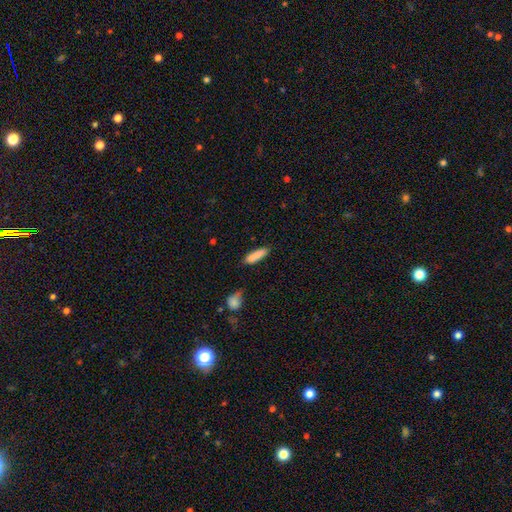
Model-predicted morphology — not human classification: Q: Smooth or featured?
A: smooth (85%); runner-up: featured or disk (9%)
Q: How rounded?
A: cigar-shaped (64%); runner-up: in between (34%)
Q: Merging?
A: none (78%); runner-up: minor disturbance (15%)